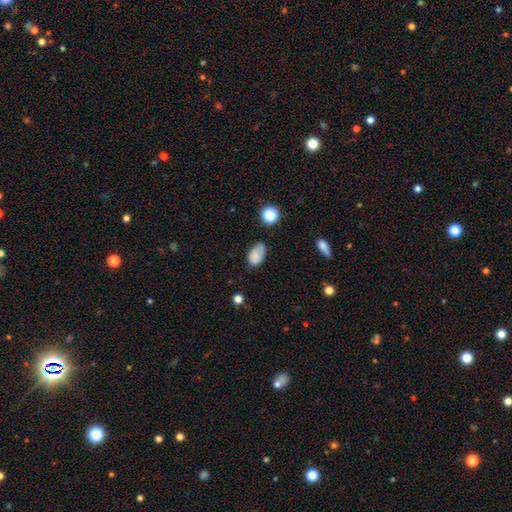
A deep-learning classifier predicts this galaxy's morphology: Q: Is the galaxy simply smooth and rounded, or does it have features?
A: smooth — 78%.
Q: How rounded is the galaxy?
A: in between — 88%.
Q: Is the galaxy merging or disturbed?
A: none — 54%.